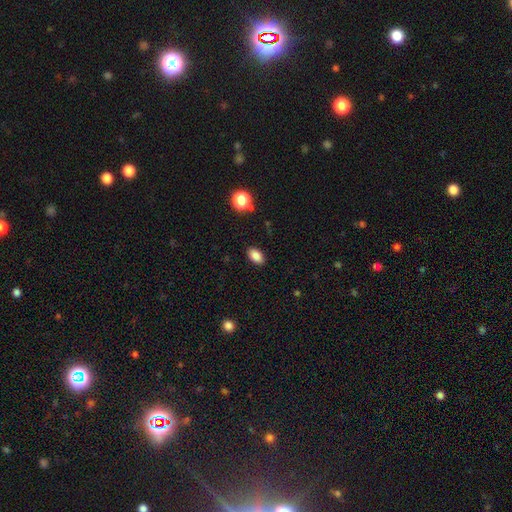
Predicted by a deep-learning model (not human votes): Smooth or featured? Predicted: smooth (p=0.86). How rounded? Predicted: in between (p=0.90). Merging? Predicted: none (p=0.88).